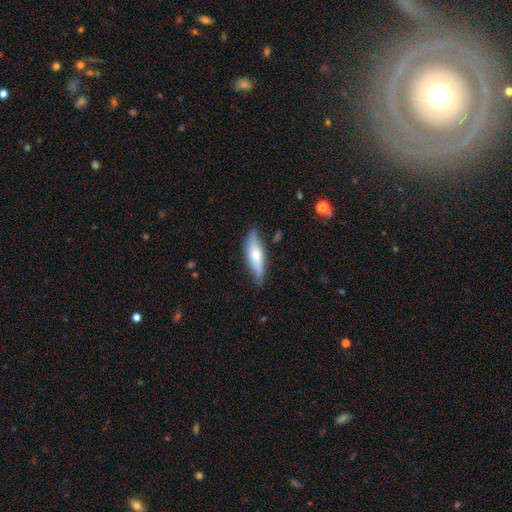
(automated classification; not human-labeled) smooth-or-featured: smooth: 60% | featured or disk: 34% | star or artifact: 6%
  how-rounded: cigar-shaped: 62% | in between: 36% | round: 2%
  merging: none: 75% | minor disturbance: 19% | major disturbance: 3% | merger: 2%